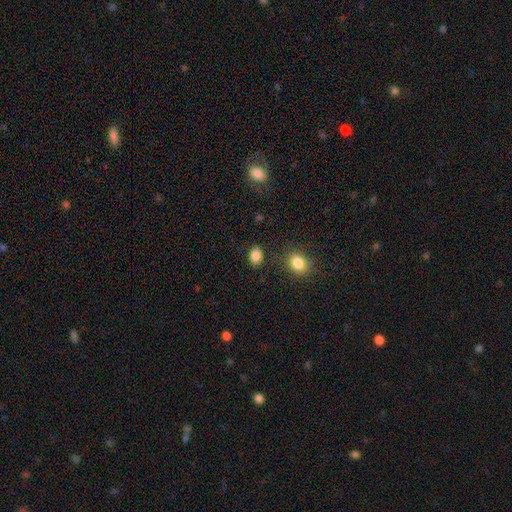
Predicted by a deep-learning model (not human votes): A smooth galaxy with no disk features (86%) that is in between round and cigar-shaped (74%). Merging: none (84%).